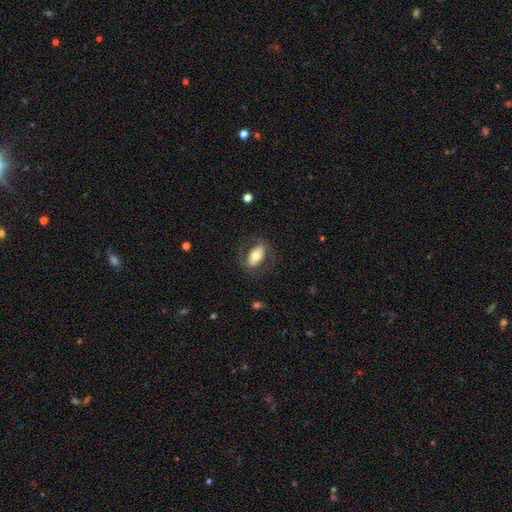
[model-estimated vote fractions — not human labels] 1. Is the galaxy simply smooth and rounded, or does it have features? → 53% smooth, 40% featured or disk, 6% star or artifact.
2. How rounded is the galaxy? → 88% in between, 8% round, 4% cigar-shaped.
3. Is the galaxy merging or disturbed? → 73% none, 15% minor disturbance, 11% major disturbance, 1% merger.